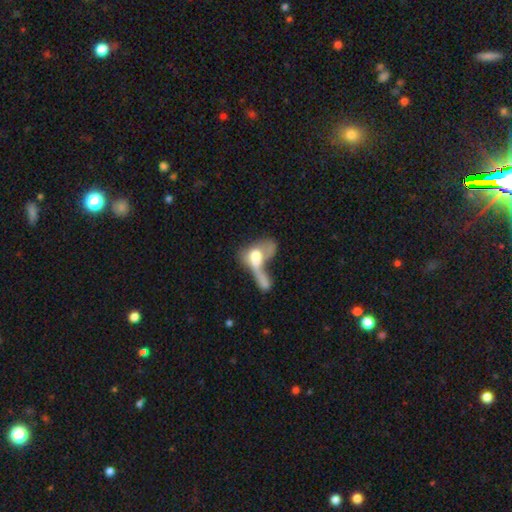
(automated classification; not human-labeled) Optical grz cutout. It shows a smooth galaxy with no disk features (56%) that is in between round and cigar-shaped (73%). Merging: merger (59%).